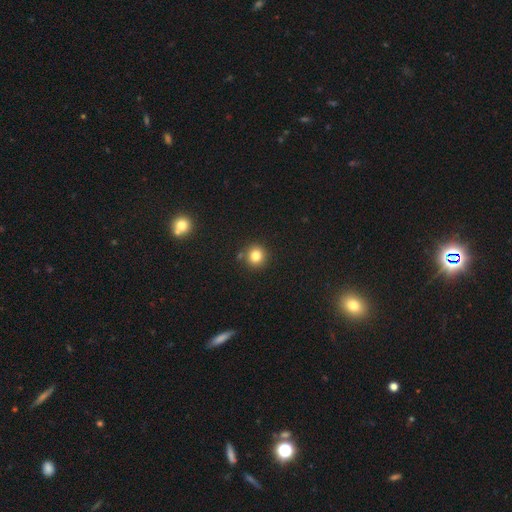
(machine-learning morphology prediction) This is clearly a smooth galaxy (81%). How rounded: clearly round (92%). Merging: clearly none (85%).